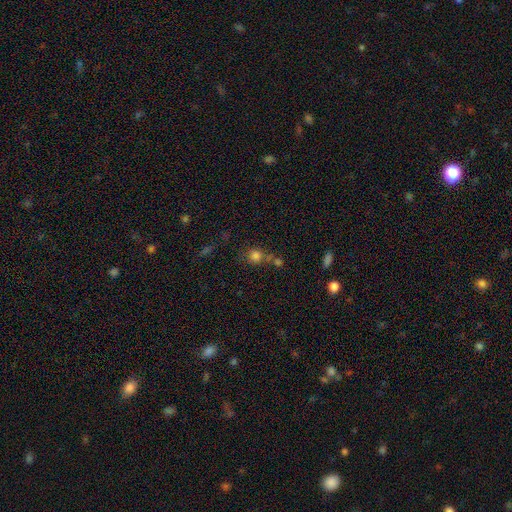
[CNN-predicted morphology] Smooth or featured? smooth (76%)
How rounded? round (86%)
Merging? none (55%)